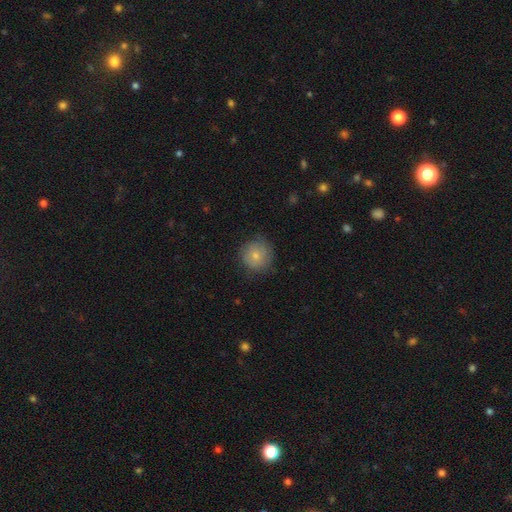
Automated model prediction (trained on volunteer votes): Smooth or featured? Predicted: smooth (p=0.74). How rounded? Predicted: round (p=0.91). Merging? Predicted: none (p=0.74).